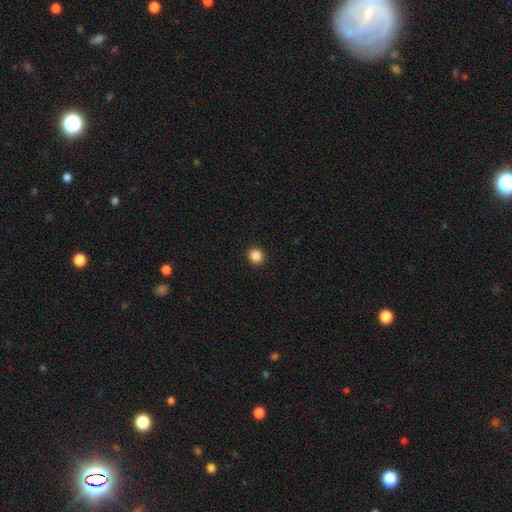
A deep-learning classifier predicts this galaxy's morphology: smooth_or_featured: smooth (p=0.87) [alt: star or artifact p=0.10]
how_rounded: round (p=0.88) [alt: in between p=0.11]
merging: none (p=0.93) [alt: minor disturbance p=0.05]